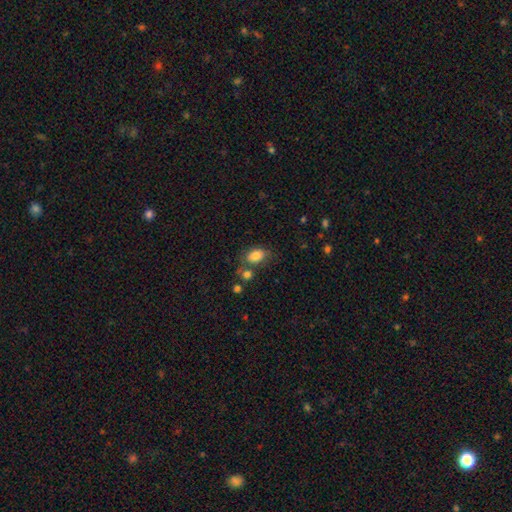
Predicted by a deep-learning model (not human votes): Smooth or featured?
  - smooth: 81% *
  - featured or disk: 9%
  - star or artifact: 9%
How rounded?
  - in between: 81% *
  - round: 18%
  - cigar-shaped: 1%
Merging?
  - none: 60% *
  - minor disturbance: 18%
  - merger: 15%
  - major disturbance: 7%